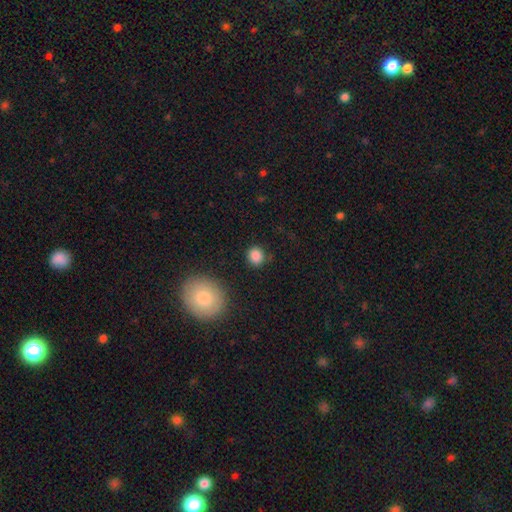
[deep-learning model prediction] A smooth galaxy with no disk features (87%) that is round (82%).

Vote fractions:
- Smooth or featured? smooth: 87% / star or artifact: 9% / featured or disk: 4%
- How rounded? round: 82% / in between: 17% / cigar-shaped: 1%
- Merging? none: 83% / minor disturbance: 10% / major disturbance: 3% / merger: 3%